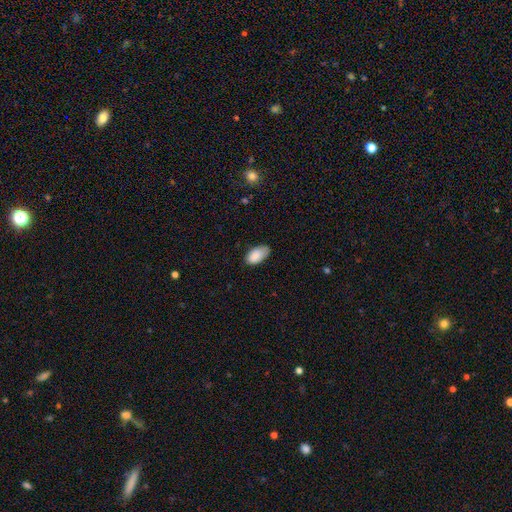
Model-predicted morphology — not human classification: The model was most divided on "merging": none: 66%, minor disturbance: 28%, major disturbance: 4%, merger: 1%. More confident: how rounded — in between (95%); smooth or featured — smooth (87%).